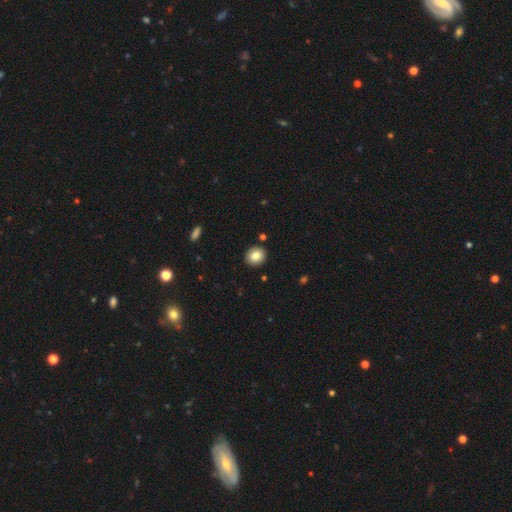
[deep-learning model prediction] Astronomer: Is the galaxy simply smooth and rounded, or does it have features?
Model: smooth — 82%.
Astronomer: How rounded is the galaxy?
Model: round — 81%.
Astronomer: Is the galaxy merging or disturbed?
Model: none — 91%.